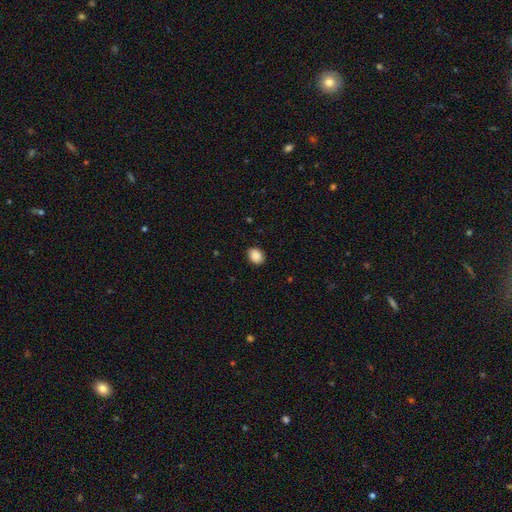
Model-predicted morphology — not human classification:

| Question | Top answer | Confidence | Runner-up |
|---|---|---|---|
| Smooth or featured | smooth | 89% | star or artifact (8%) |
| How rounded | in between | 62% | round (38%) |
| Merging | none | 88% | minor disturbance (9%) |